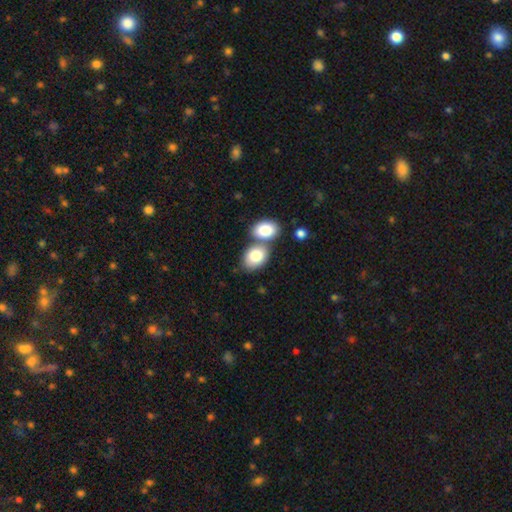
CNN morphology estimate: Overall: smooth (82%). How rounded: in between (78%). Merging: merger (47%; none 40%).